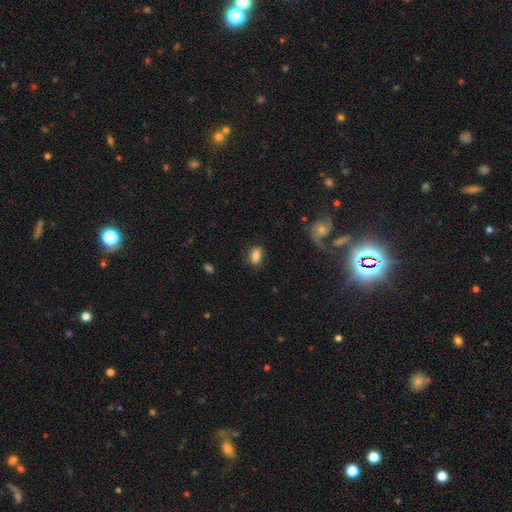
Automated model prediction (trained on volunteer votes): A smooth galaxy with no disk features (81%) that is in between round and cigar-shaped (84%).

Vote fractions:
- Smooth or featured? smooth: 81% / featured or disk: 11% / star or artifact: 8%
- How rounded? in between: 84% / round: 14% / cigar-shaped: 2%
- Merging? none: 78% / minor disturbance: 15% / major disturbance: 5% / merger: 2%